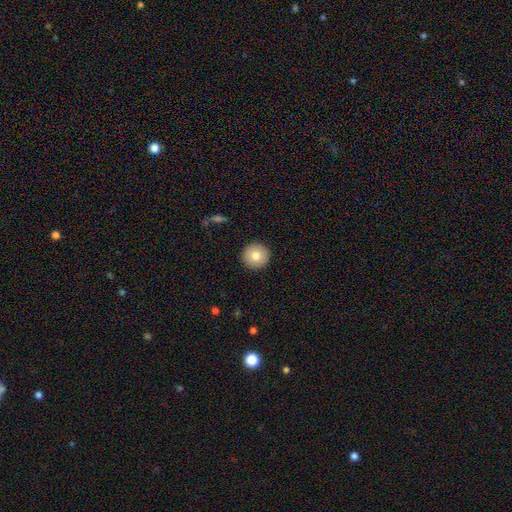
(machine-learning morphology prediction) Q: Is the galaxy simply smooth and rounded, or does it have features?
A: smooth — 80%.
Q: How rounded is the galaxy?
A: round — 96%.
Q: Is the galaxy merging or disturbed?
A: none — 93%.